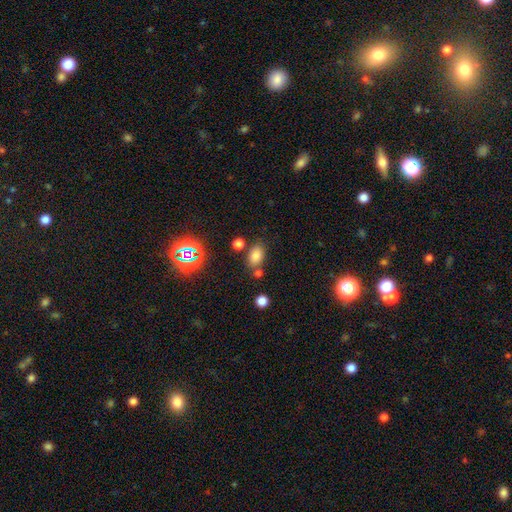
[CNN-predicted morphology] Overall: smooth (77%). How rounded: in between (82%). Merging: none (70%).